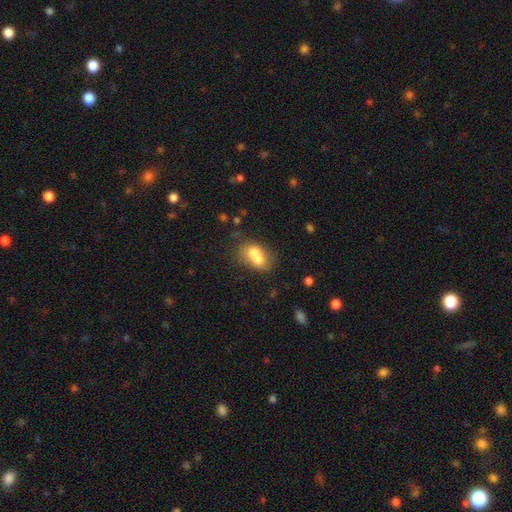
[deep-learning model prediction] Smooth or featured? smooth (66%)
How rounded? in between (63%)
Merging? merger (67%)